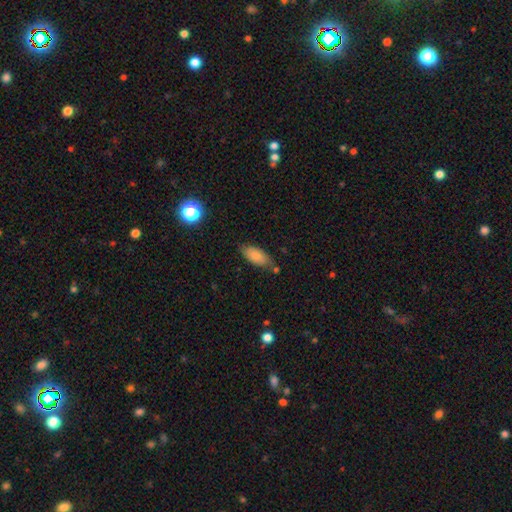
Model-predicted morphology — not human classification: The model was most divided on "merging": none: 69%, minor disturbance: 20%, merger: 6%, major disturbance: 4%. More confident: how rounded — in between (88%); smooth or featured — smooth (81%).